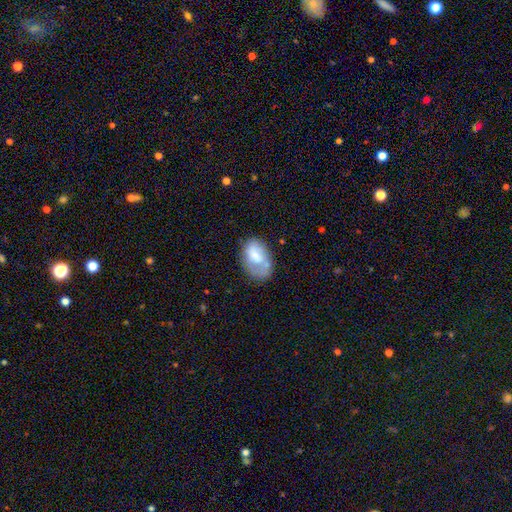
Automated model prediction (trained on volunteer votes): Smooth or featured?
  - smooth: 66% *
  - featured or disk: 26%
  - star or artifact: 8%
How rounded?
  - in between: 88% *
  - round: 11%
  - cigar-shaped: 1%
Merging?
  - none: 43% *
  - minor disturbance: 29%
  - major disturbance: 17%
  - merger: 11%